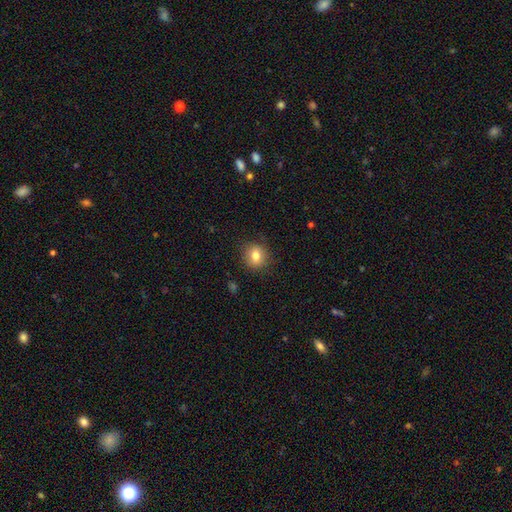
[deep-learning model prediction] This is likely a smooth galaxy (78%). How rounded: likely round (79%). Merging: clearly none (86%).